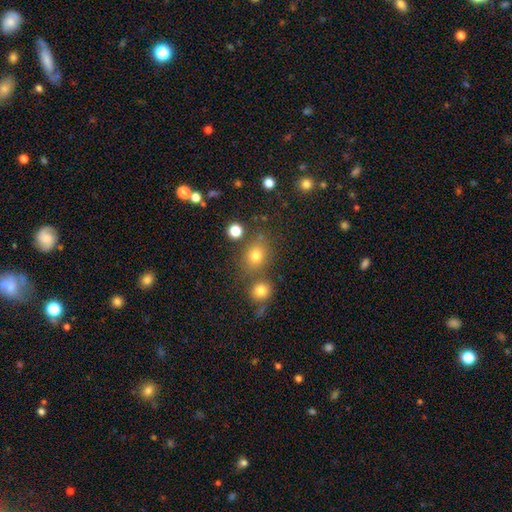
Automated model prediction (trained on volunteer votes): smooth 75%, star or artifact 16%, featured or disk 9%. Down the decision tree: how rounded — round (64%); merging — none (66%).